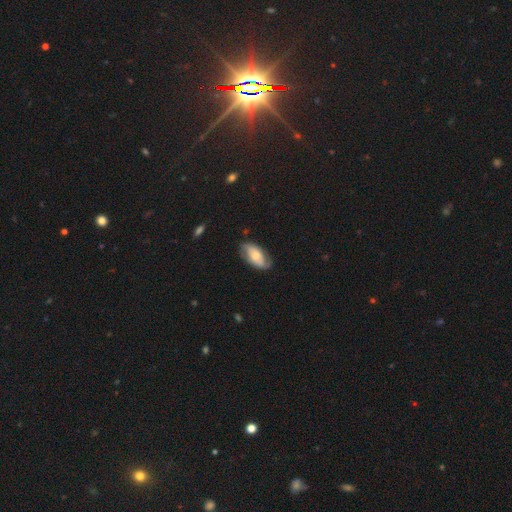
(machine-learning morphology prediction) Smooth or featured? smooth (52%)
How rounded? in between (93%)
Merging? none (72%)